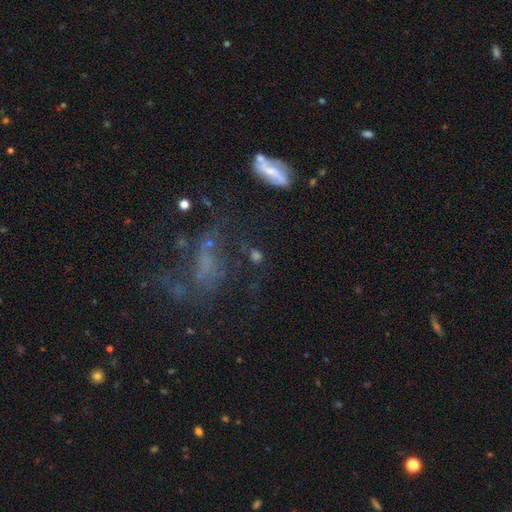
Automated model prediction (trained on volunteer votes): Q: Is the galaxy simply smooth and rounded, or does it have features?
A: smooth — 45%.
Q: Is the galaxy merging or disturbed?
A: none — 56%.